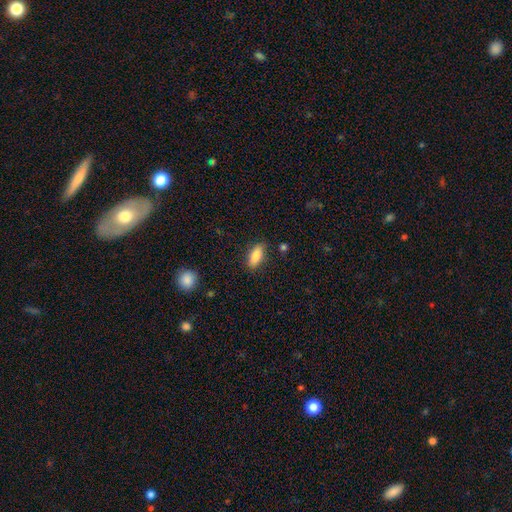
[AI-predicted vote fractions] This is clearly a smooth galaxy (86%). How rounded: clearly in between (80%). Merging: clearly none (83%).